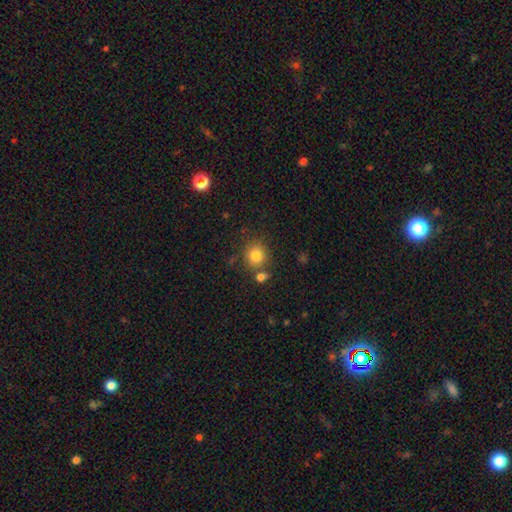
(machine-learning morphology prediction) This appears to be a smooth galaxy with no disk features (82%) that is round (86%). Merging: none (72%).